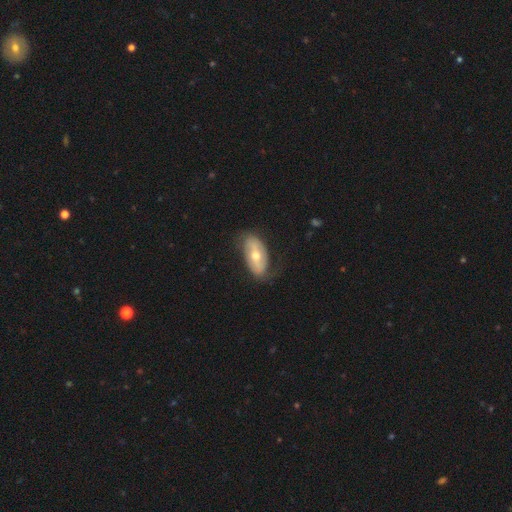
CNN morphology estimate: The model was most divided on "smooth or featured": featured or disk: 53%, smooth: 41%, star or artifact: 6%. More confident: edge-on disk — no (87%); merging — none (64%).